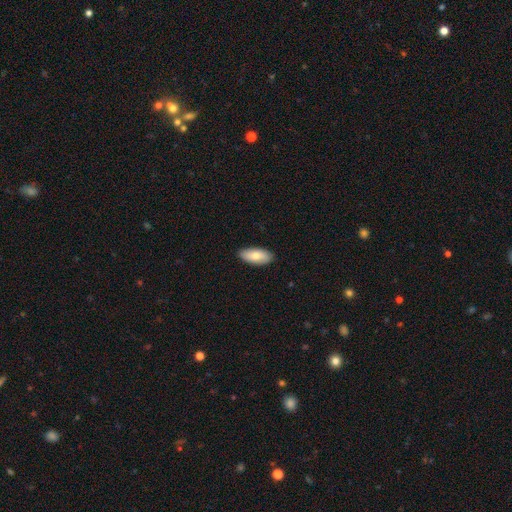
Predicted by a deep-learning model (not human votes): A smooth galaxy with no disk features (77%) that is in between round and cigar-shaped (89%). Merging: none (89%).